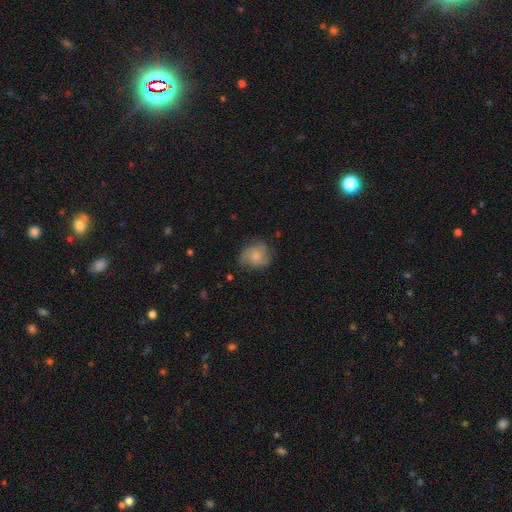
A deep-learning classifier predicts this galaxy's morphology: This is possibly a smooth galaxy (54%). How rounded: likely round (71%). Merging: likely none (63%).